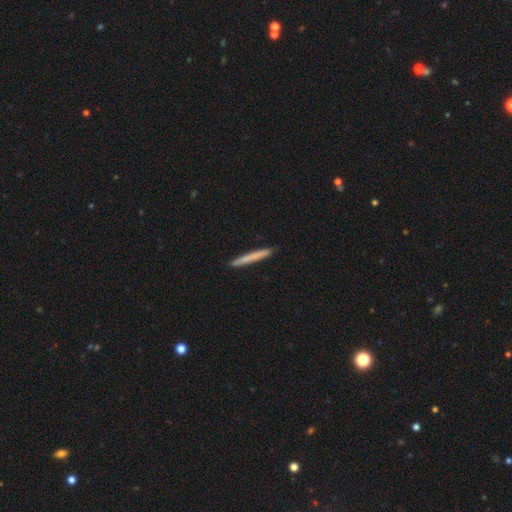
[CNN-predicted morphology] This is likely a smooth galaxy (71%). How rounded: clearly cigar-shaped (97%). Merging: clearly none (91%).